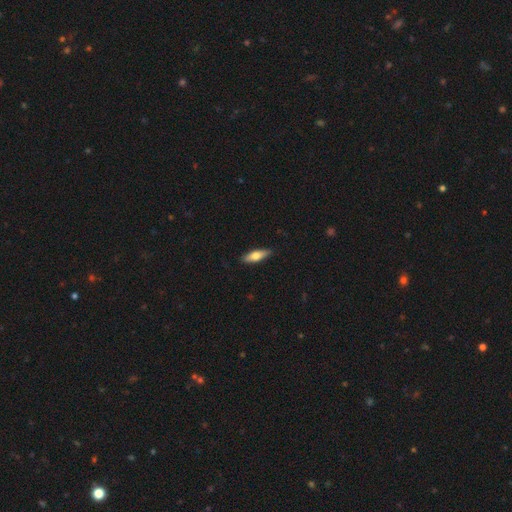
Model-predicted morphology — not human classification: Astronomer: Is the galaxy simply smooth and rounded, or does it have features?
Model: smooth — 65%.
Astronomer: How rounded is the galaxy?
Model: cigar-shaped — 51% (runner-up: in between, 47%).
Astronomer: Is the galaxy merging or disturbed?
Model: none — 88%.